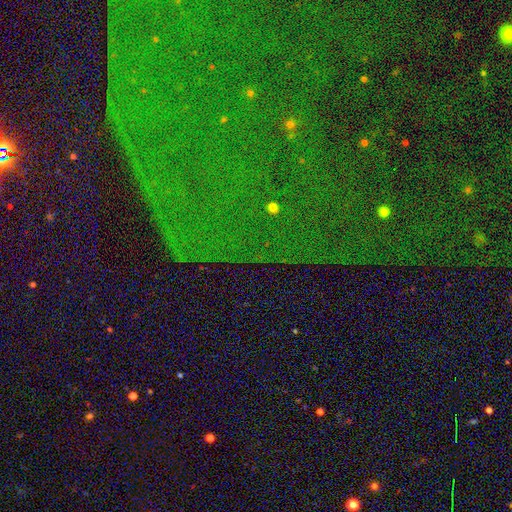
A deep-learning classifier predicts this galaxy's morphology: Smooth or featured? star or artifact (87%)